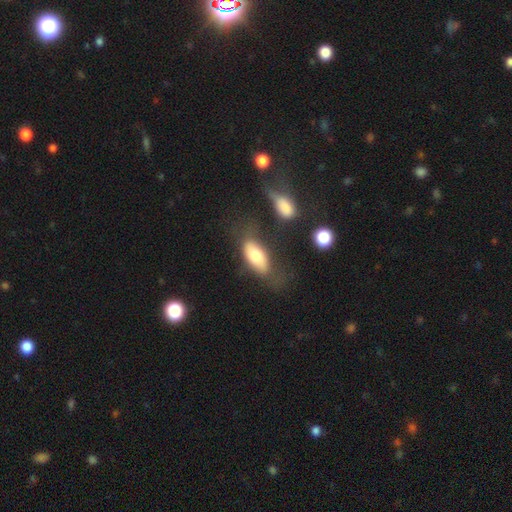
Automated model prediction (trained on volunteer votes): smooth-or-featured: smooth: 70% | featured or disk: 23% | star or artifact: 7%
  how-rounded: in between: 85% | cigar-shaped: 12% | round: 3%
  merging: none: 54% | minor disturbance: 21% | major disturbance: 15% | merger: 10%